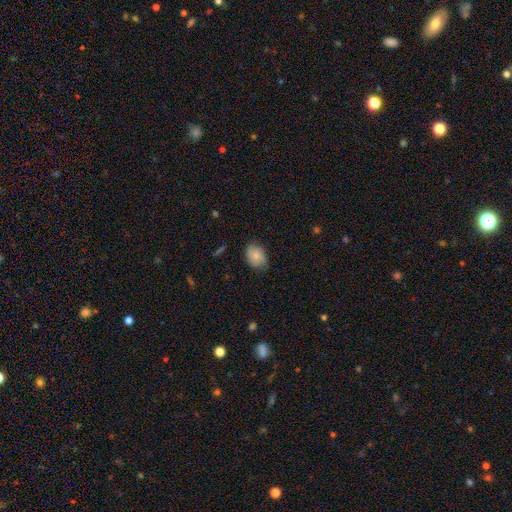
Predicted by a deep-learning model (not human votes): Smooth or featured? smooth (77%)
How rounded? in between (73%)
Merging? none (73%)